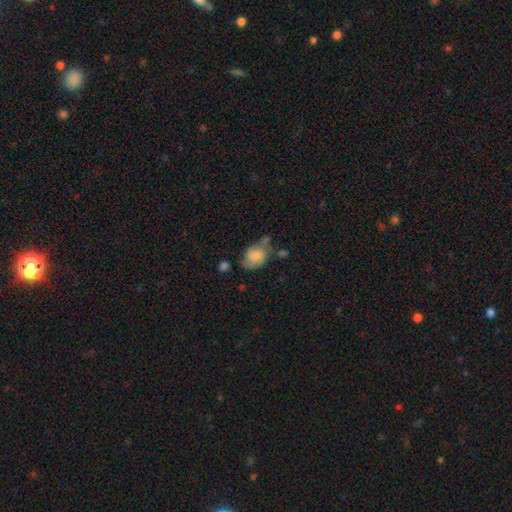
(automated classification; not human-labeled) A smooth galaxy with no disk features (68%) that is in between round and cigar-shaped (79%).

Vote fractions:
- Smooth or featured? smooth: 68% / featured or disk: 24% / star or artifact: 8%
- How rounded? in between: 79% / round: 20% / cigar-shaped: 1%
- Merging? none: 42% / minor disturbance: 33% / major disturbance: 15% / merger: 11%